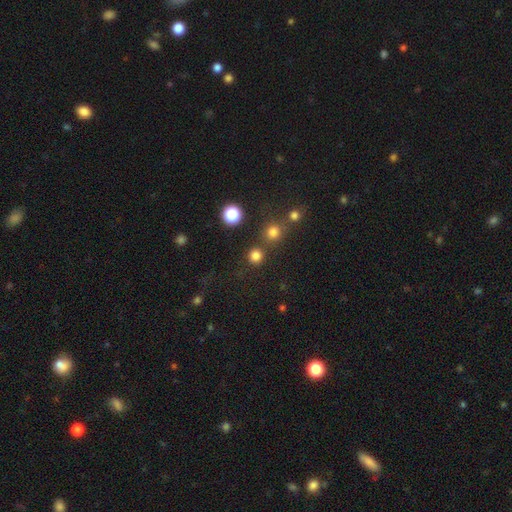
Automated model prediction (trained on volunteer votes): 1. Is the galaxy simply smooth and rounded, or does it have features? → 79% smooth, 17% star or artifact, 4% featured or disk.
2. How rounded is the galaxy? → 93% round, 6% in between, 1% cigar-shaped.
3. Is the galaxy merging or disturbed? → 79% none, 11% merger, 7% minor disturbance, 3% major disturbance.